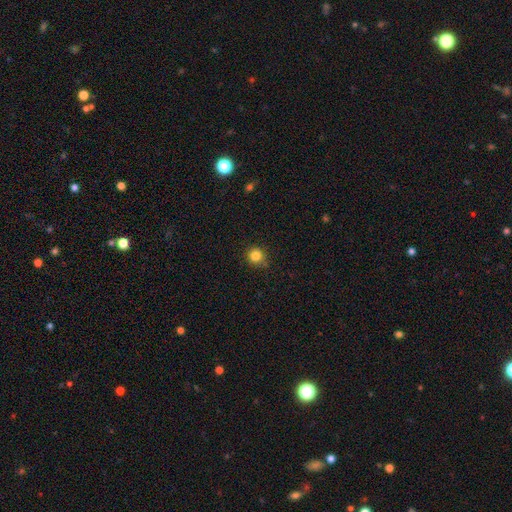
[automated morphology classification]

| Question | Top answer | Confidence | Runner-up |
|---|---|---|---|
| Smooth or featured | smooth | 84% | star or artifact (12%) |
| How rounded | round | 93% | in between (6%) |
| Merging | none | 86% | minor disturbance (10%) |